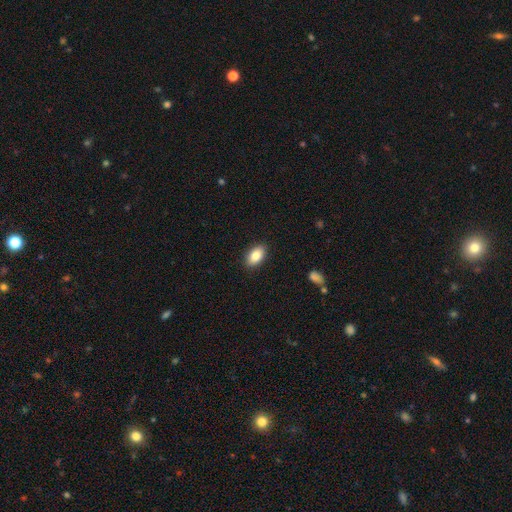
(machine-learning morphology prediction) Overall: smooth (86%). How rounded: in between (91%). Merging: none (89%).